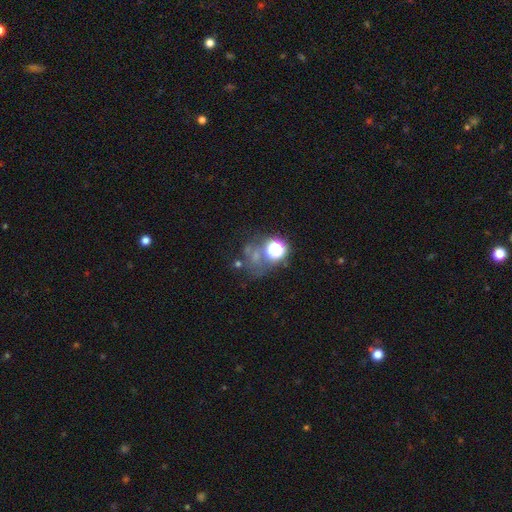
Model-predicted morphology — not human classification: A star or artifact, not a galaxy (41%).

Vote fractions:
- Smooth or featured? star or artifact: 41% / smooth: 38% / featured or disk: 21%